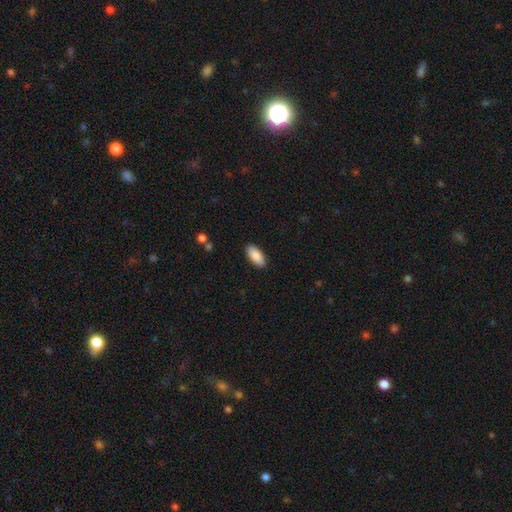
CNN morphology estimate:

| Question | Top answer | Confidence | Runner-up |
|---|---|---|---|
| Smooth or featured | smooth | 88% | star or artifact (6%) |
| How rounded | in between | 88% | cigar-shaped (10%) |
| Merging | none | 89% | minor disturbance (8%) |